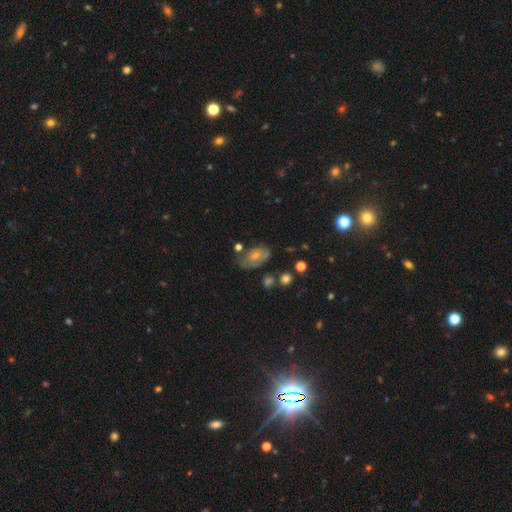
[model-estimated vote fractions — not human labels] This appears to be a smooth galaxy with no disk features (50%). Merging: none (49%).